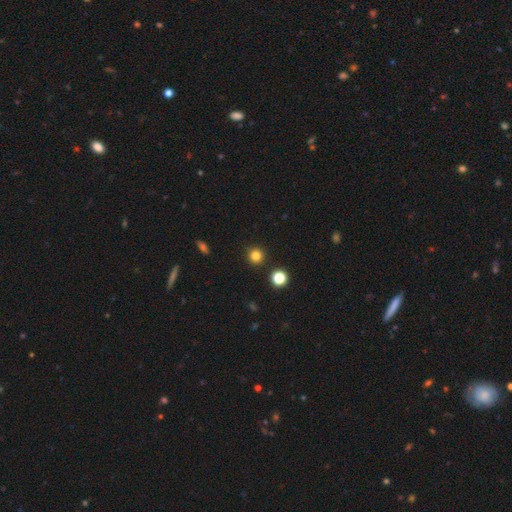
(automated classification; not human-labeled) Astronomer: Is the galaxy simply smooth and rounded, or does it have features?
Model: smooth — 82%.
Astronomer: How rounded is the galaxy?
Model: round — 94%.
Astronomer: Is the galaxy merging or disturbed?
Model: none — 91%.